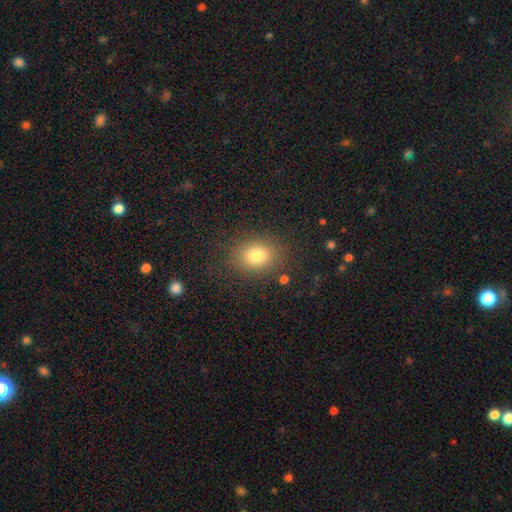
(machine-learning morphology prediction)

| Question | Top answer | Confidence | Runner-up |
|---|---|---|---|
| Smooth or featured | smooth | 79% | star or artifact (12%) |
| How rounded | in between | 54% | round (45%) |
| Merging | none | 83% | minor disturbance (11%) |